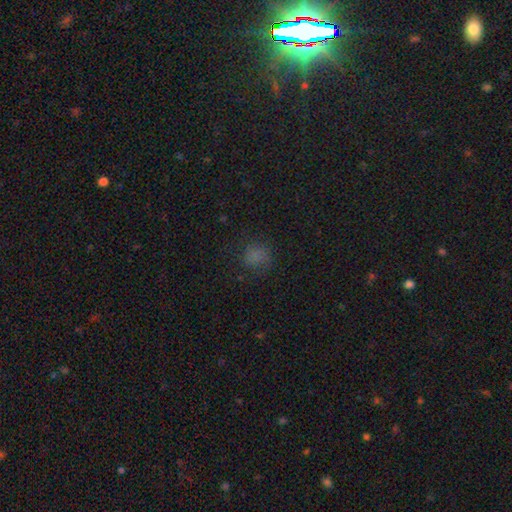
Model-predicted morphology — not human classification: The model was most divided on "smooth or featured": smooth: 71%, star or artifact: 22%, featured or disk: 7%. More confident: how rounded — round (76%); merging — none (72%).